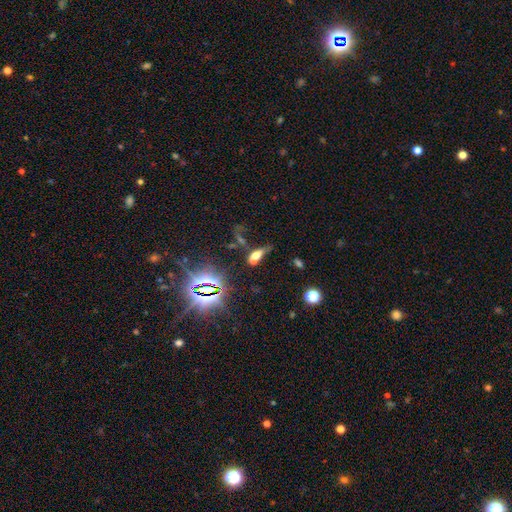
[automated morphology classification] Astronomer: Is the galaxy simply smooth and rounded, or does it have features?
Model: smooth — 51%.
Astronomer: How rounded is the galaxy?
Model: in between — 76%.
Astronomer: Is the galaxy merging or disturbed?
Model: none — 35% (runner-up: merger, 26%).